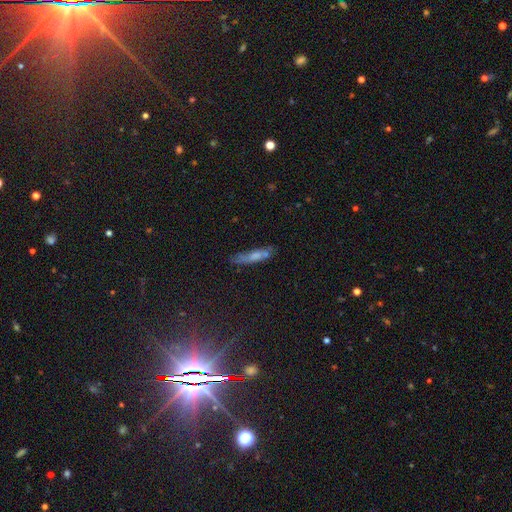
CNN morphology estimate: Smooth or featured? smooth (61%)
How rounded? cigar-shaped (82%)
Merging? none (57%)